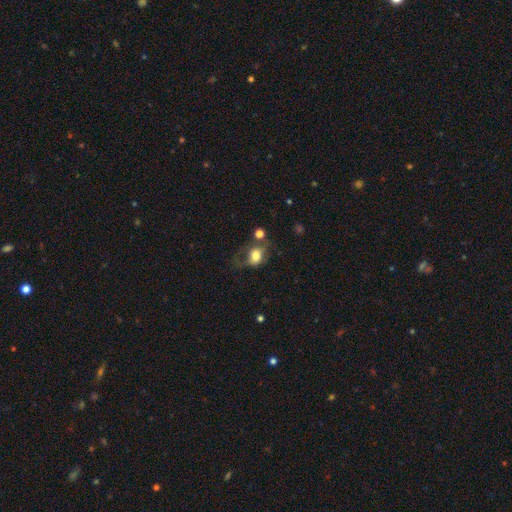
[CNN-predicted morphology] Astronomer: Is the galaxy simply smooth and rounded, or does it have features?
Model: smooth — 68%.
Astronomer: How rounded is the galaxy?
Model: in between — 56% (runner-up: round, 42%).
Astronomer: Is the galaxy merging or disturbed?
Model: none — 35% (runner-up: major disturbance, 30%).